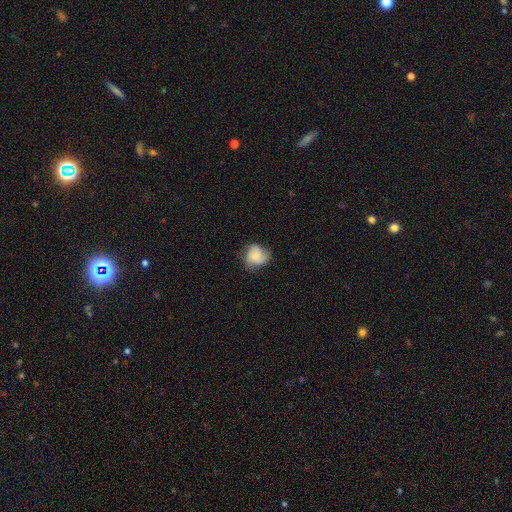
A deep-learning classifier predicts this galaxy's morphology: Smooth or featured? smooth (64%)
How rounded? round (75%)
Merging? none (65%)